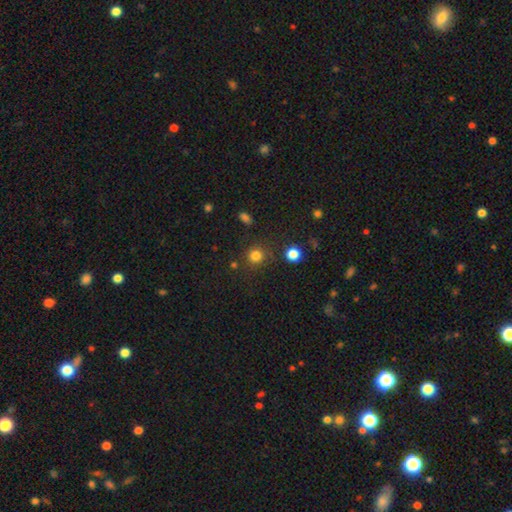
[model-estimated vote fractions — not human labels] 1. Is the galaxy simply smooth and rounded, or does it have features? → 80% smooth, 15% star or artifact, 5% featured or disk.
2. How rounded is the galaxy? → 91% round, 8% in between, 1% cigar-shaped.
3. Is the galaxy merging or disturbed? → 82% none, 10% minor disturbance, 4% merger, 4% major disturbance.